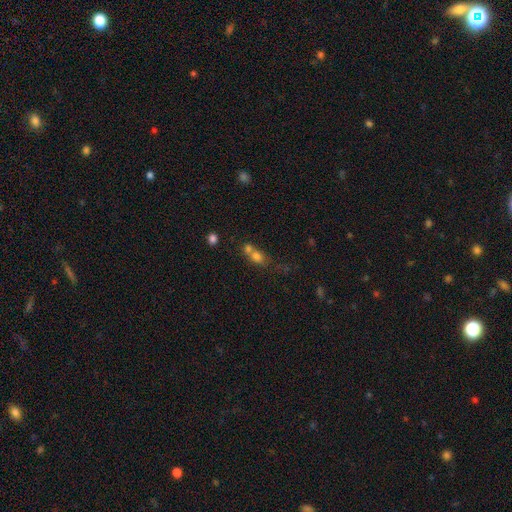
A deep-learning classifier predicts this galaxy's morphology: Q: Smooth or featured?
A: smooth (69%); runner-up: featured or disk (16%)
Q: How rounded?
A: round (55%); runner-up: in between (41%)
Q: Merging?
A: merger (59%); runner-up: none (28%)